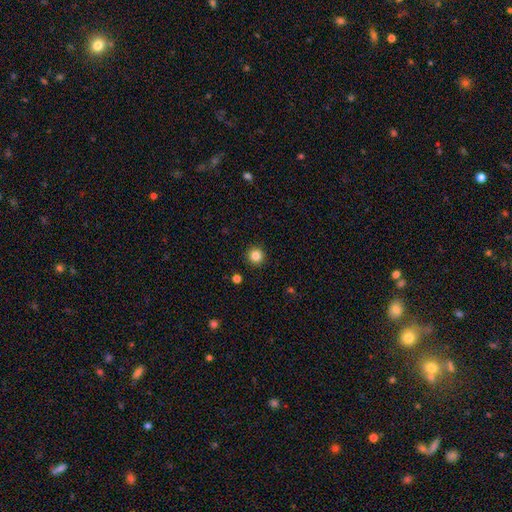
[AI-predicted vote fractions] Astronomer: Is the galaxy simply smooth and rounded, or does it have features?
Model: smooth — 84%.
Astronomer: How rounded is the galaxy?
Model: round — 96%.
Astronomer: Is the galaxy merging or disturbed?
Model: none — 93%.